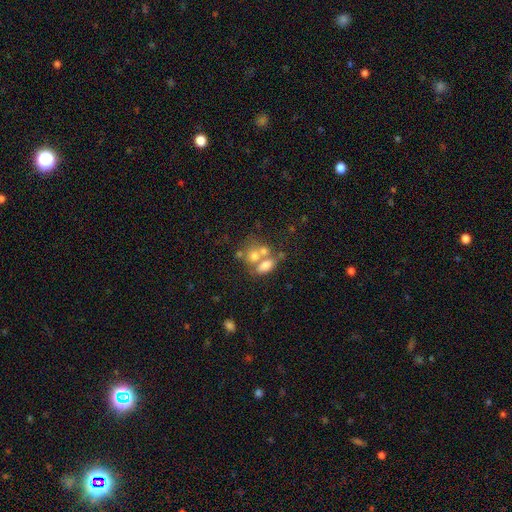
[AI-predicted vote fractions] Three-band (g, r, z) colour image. It shows a smooth galaxy with no disk features (52%) that is in between round and cigar-shaped (57%). Merging: merger (54%).